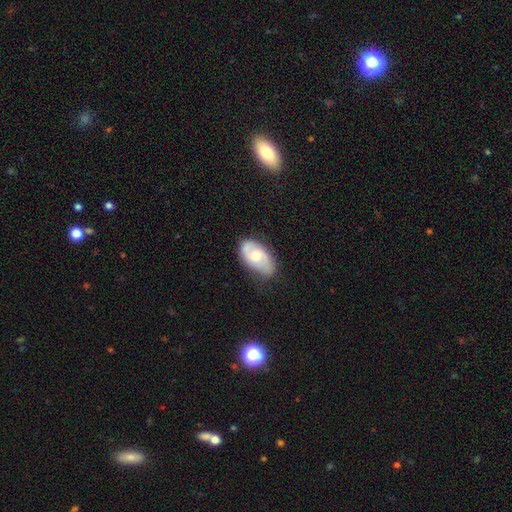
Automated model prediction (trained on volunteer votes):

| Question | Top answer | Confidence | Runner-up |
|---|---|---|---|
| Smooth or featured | featured or disk | 55% | smooth (39%) |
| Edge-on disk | no | 94% | yes (6%) |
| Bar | no | 69% | weak (26%) |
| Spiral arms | yes | 76% | no (24%) |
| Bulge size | moderate | 70% | small (17%) |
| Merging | none | 68% | minor disturbance (25%) |